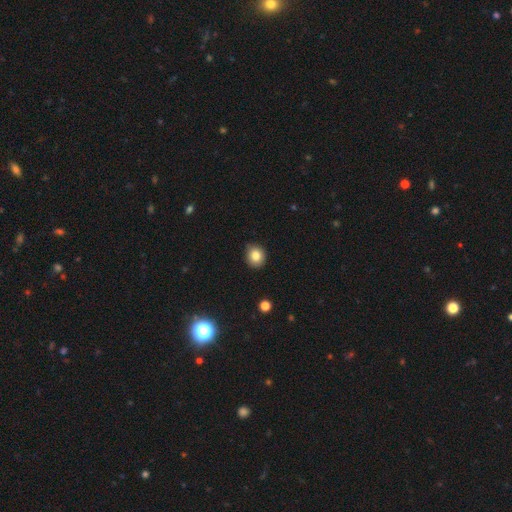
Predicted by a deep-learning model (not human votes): Q: Smooth or featured?
A: smooth (83%); runner-up: star or artifact (10%)
Q: How rounded?
A: round (76%); runner-up: in between (23%)
Q: Merging?
A: none (87%); runner-up: minor disturbance (10%)